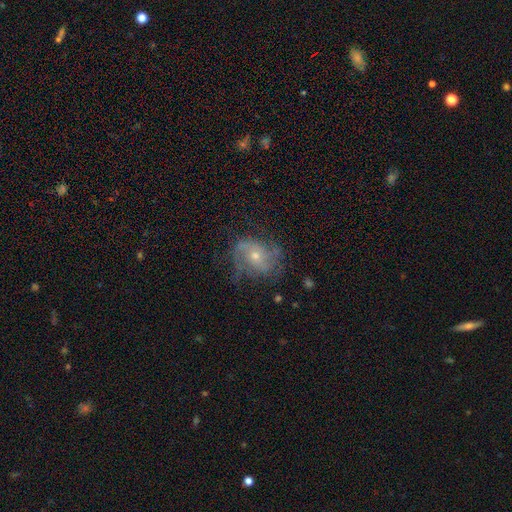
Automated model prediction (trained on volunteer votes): Smooth or featured? featured or disk (70%)
Edge-on disk? no (97%)
Bar? no (70%)
Spiral arms? yes (84%)
Spiral winding? medium (42%)
Spiral arm count? 2 (51%)
Bulge size? small (54%)
Merging? none (58%)